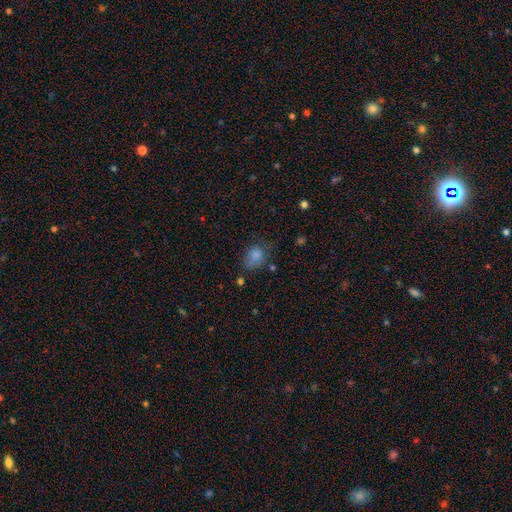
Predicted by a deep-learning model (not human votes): Overall: smooth (80%). How rounded: round (56%; in between 43%). Merging: none (51%; minor disturbance 30%).